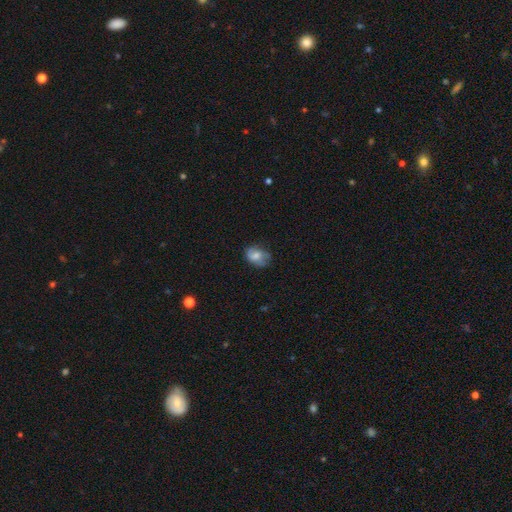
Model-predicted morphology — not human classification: Smooth or featured: smooth — 65% (featured or disk — 27%)
How rounded: in between — 69% (round — 30%)
Merging: none — 59% (minor disturbance — 28%)